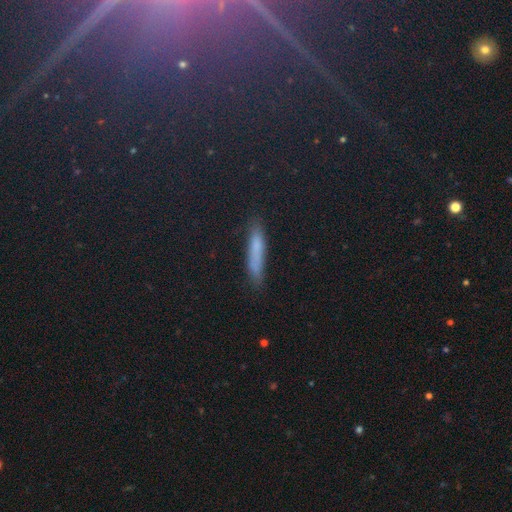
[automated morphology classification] smooth 63%, star or artifact 21%, featured or disk 16%. Down the decision tree: how rounded — cigar-shaped (88%); merging — none (80%).